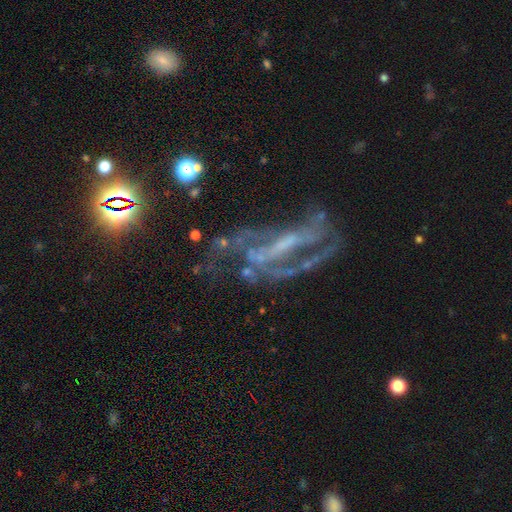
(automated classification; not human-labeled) Smooth or featured?
  - featured or disk: 79% *
  - star or artifact: 13%
  - smooth: 8%
Edge-on disk?
  - no: 90% *
  - yes: 10%
Bar?
  - strong: 47% *
  - weak: 30%
  - no: 23%
Spiral arms?
  - yes: 79% *
  - no: 21%
Spiral winding?
  - medium: 43% *
  - loose: 36%
  - tight: 21%
Spiral arm count?
  - 2: 53% *
  - can't tell: 24%
  - 3: 9%
  - 1: 7%
  - 4: 4%
  - more than 4: 4%
Bulge size?
  - none: 51% *
  - small: 30%
  - moderate: 15%
  - large: 3%
  - dominant: 1%
Merging?
  - none: 42% *
  - major disturbance: 34%
  - minor disturbance: 18%
  - merger: 6%